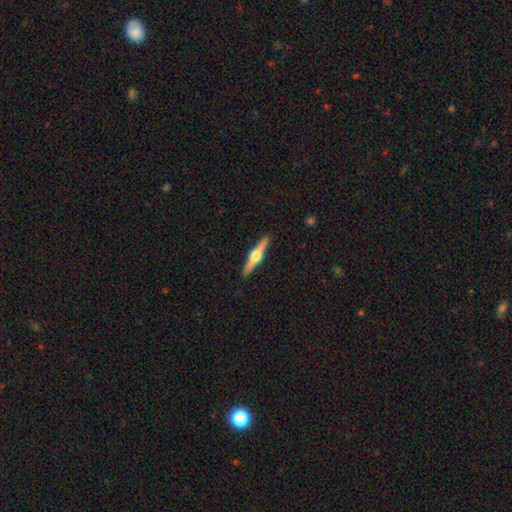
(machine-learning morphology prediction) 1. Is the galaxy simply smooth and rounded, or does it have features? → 76% featured or disk, 19% smooth, 5% star or artifact.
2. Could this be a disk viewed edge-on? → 98% yes, 2% no.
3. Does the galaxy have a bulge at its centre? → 96% rounded, 3% boxy, 1% none.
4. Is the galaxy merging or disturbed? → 92% none, 6% minor disturbance, 1% major disturbance, 1% merger.